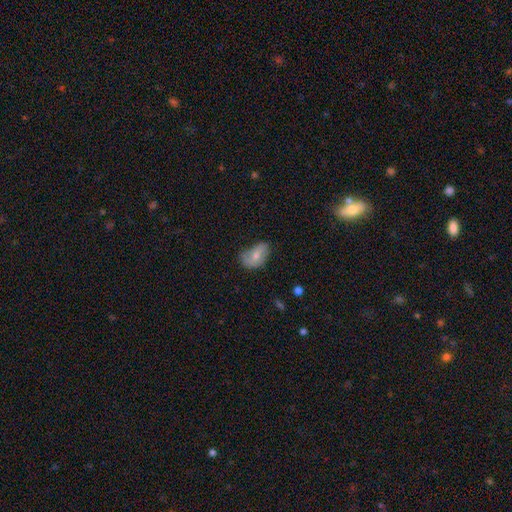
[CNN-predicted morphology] This is possibly a smooth galaxy (59%). How rounded: clearly in between (88%). Merging: marginally none (44%).